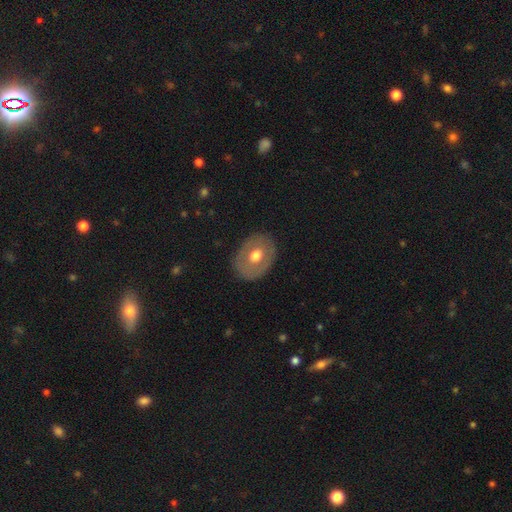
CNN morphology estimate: smooth 52%, featured or disk 42%, star or artifact 6%. Down the decision tree: how rounded — in between (66%); merging — none (83%).